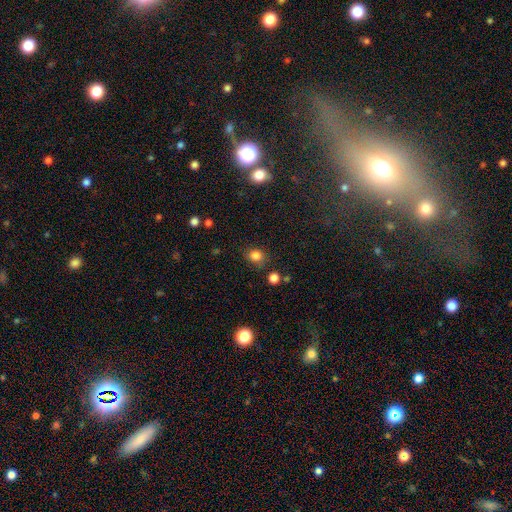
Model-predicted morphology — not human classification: Smooth or featured? Predicted: smooth (p=0.82). How rounded? Predicted: round (p=0.72). Merging? Predicted: none (p=0.79).